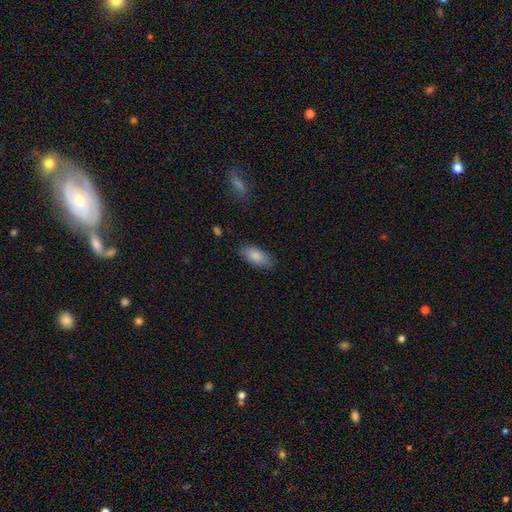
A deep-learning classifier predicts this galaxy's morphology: Smooth or featured: smooth — 85% (featured or disk — 9%)
How rounded: in between — 87% (cigar-shaped — 11%)
Merging: none — 83% (minor disturbance — 13%)